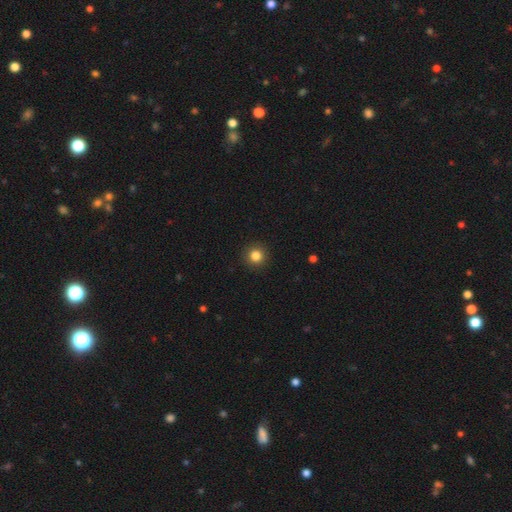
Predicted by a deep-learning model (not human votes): This is clearly a smooth galaxy (84%). How rounded: clearly round (94%). Merging: clearly none (92%).